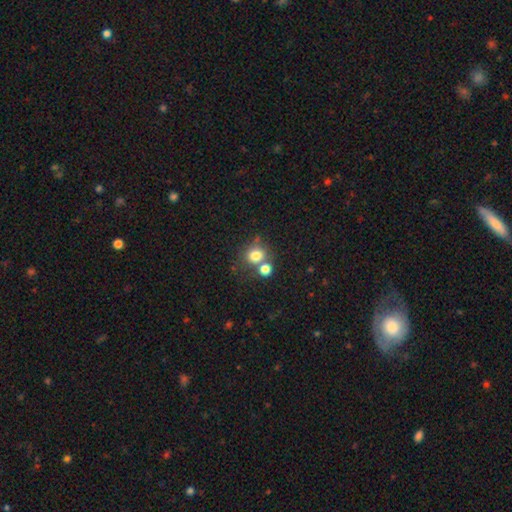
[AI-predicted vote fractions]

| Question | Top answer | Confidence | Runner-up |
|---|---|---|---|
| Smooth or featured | smooth | 77% | star or artifact (13%) |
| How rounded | round | 74% | in between (25%) |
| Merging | none | 51% | merger (34%) |